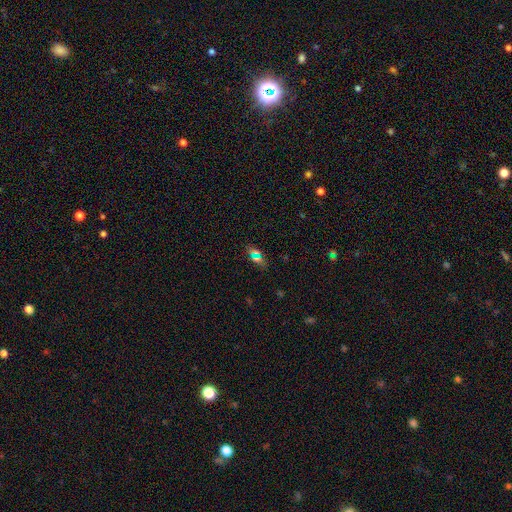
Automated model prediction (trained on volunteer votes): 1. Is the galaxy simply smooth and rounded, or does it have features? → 50% smooth, 31% star or artifact, 20% featured or disk.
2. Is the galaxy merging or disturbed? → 67% none, 14% merger, 12% minor disturbance, 7% major disturbance.